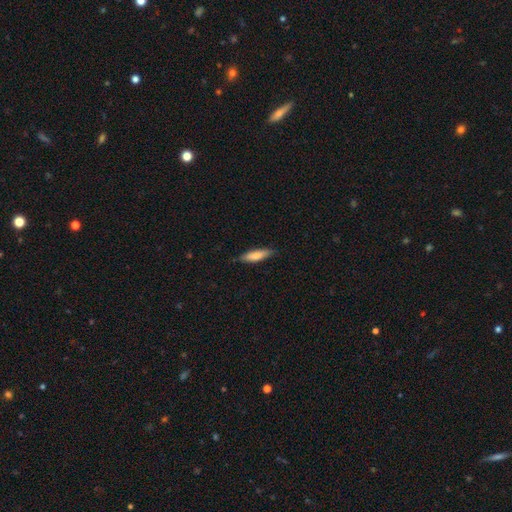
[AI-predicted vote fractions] A smooth galaxy with no disk features (79%) that is cigar-shaped (68%).

Vote fractions:
- Smooth or featured? smooth: 79% / featured or disk: 15% / star or artifact: 6%
- How rounded? cigar-shaped: 68% / in between: 31% / round: 1%
- Merging? none: 82% / minor disturbance: 15% / major disturbance: 2% / merger: 1%